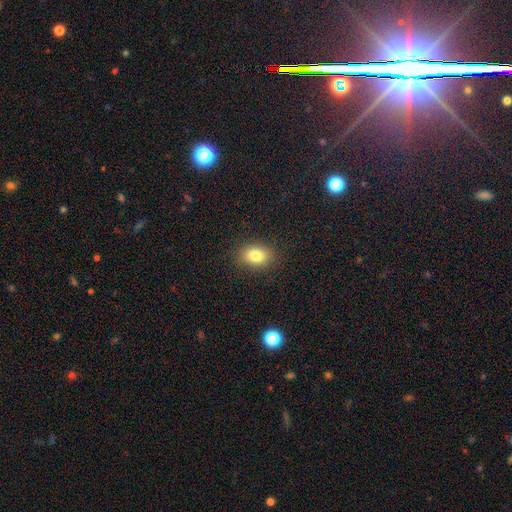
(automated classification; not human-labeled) Smooth or featured? Predicted: smooth (p=0.82). How rounded? Predicted: in between (p=0.72). Merging? Predicted: none (p=0.87).